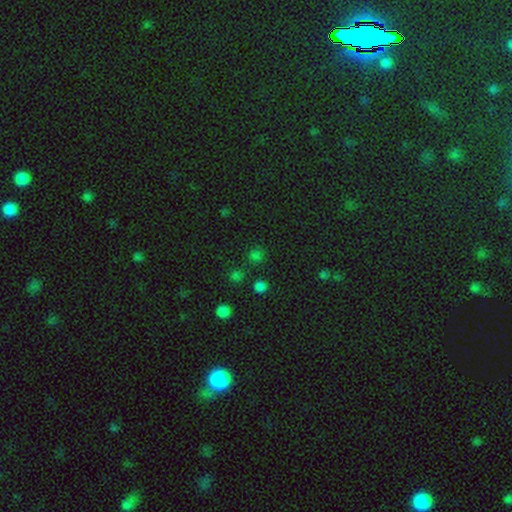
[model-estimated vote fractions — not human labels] This is likely a smooth galaxy (63%). How rounded: clearly round (87%). Merging: likely none (78%).